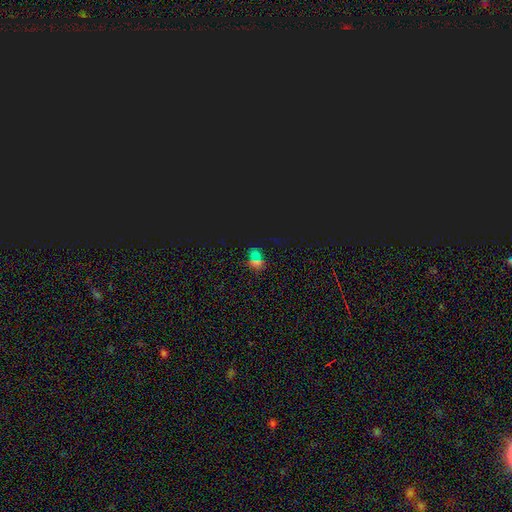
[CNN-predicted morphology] The model was most divided on "smooth or featured": star or artifact: 55%, smooth: 37%, featured or disk: 7%.